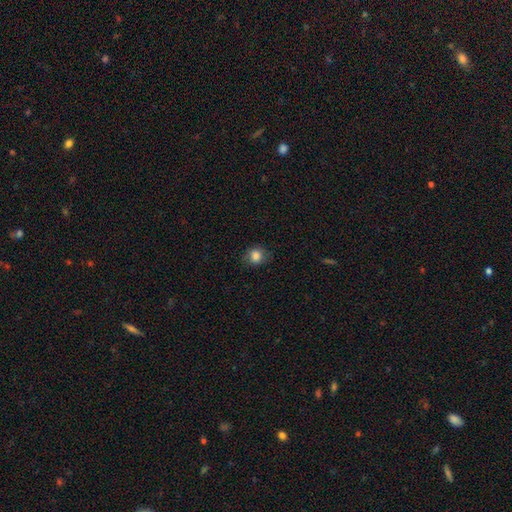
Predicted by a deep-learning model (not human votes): A smooth galaxy with no disk features (84%) that is round (74%). Merging: none (80%).